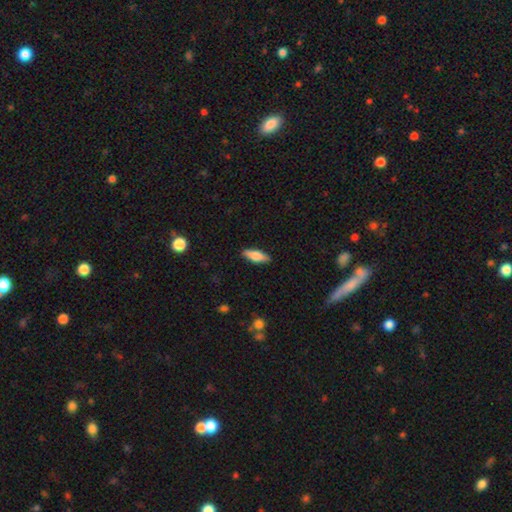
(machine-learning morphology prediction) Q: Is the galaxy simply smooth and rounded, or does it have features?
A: smooth — 76%.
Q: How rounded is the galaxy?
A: in between — 64%.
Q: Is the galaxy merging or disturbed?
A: none — 87%.